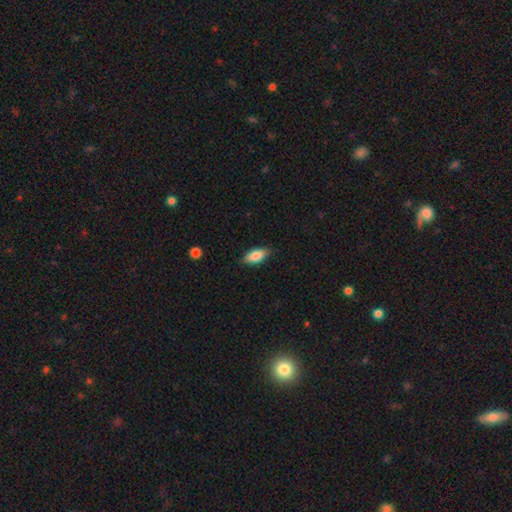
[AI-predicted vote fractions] This is clearly a smooth galaxy (82%). How rounded: clearly in between (86%). Merging: clearly none (83%).